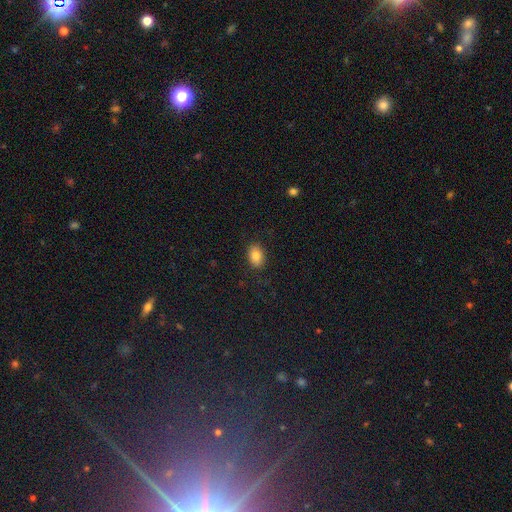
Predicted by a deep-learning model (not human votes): The model was most divided on "how rounded": in between: 81%, round: 18%, cigar-shaped: 1%. More confident: merging — none (87%); smooth or featured — smooth (83%).